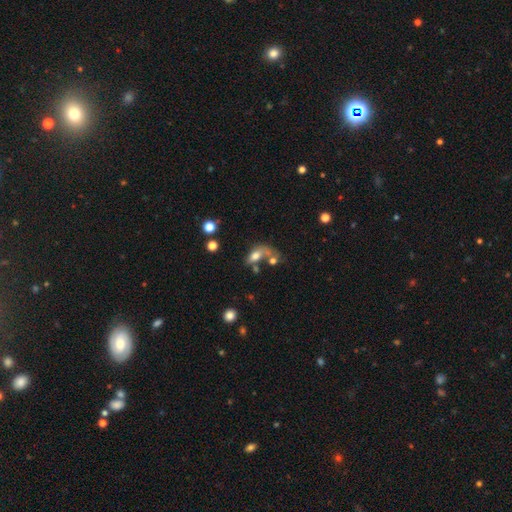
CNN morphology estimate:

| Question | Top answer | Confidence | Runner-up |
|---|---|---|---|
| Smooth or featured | smooth | 65% | featured or disk (23%) |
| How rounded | in between | 79% | round (12%) |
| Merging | merger | 36% | major disturbance (26%) |